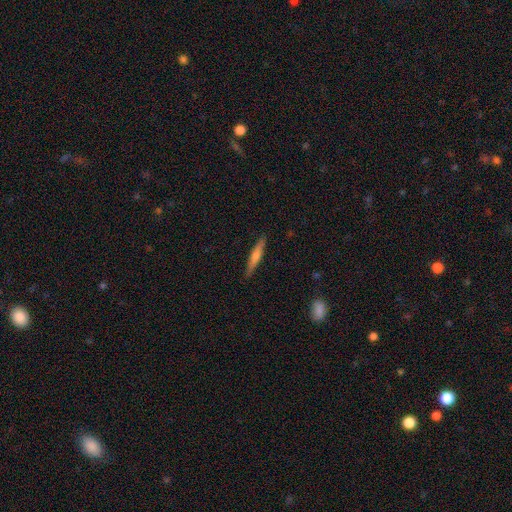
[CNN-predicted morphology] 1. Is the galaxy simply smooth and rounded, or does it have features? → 51% smooth, 43% featured or disk, 6% star or artifact.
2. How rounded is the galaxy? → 93% cigar-shaped, 6% in between, 2% round.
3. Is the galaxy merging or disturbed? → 90% none, 8% minor disturbance, 2% major disturbance, 1% merger.